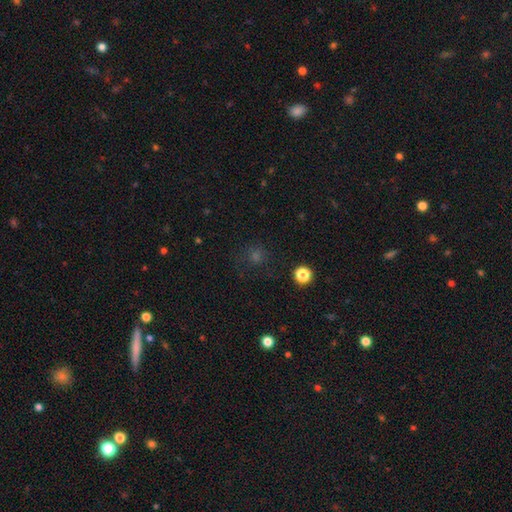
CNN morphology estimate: This appears to be a smooth galaxy with no disk features (52%) that is round (88%). Merging: none (76%).